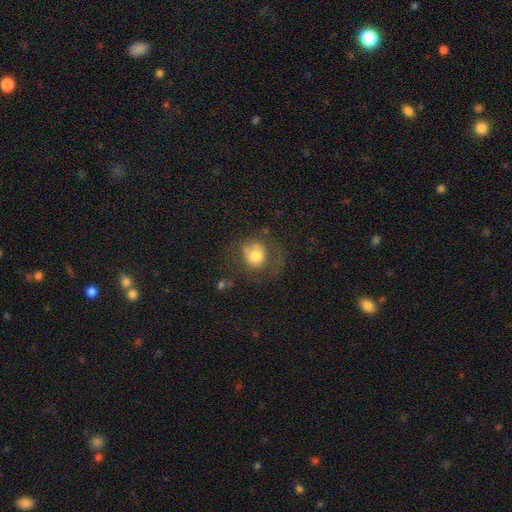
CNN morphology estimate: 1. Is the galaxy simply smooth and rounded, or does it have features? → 68% smooth, 22% featured or disk, 10% star or artifact.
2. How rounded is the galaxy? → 75% round, 24% in between, 1% cigar-shaped.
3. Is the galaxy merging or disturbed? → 42% none, 32% major disturbance, 23% minor disturbance, 3% merger.